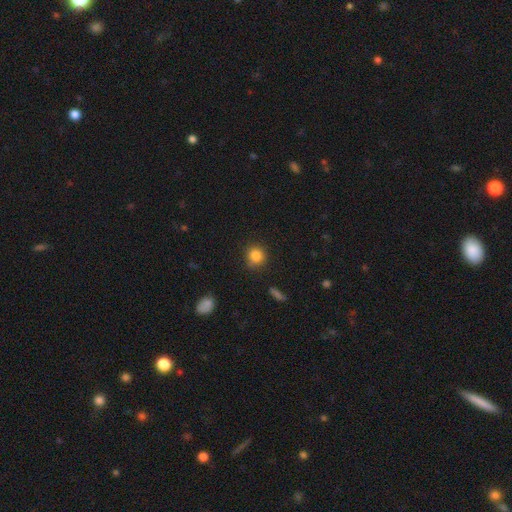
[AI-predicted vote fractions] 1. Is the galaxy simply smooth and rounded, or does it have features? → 84% smooth, 11% star or artifact, 5% featured or disk.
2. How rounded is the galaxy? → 88% round, 11% in between, 1% cigar-shaped.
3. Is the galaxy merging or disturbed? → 85% none, 11% minor disturbance, 3% major disturbance, 2% merger.